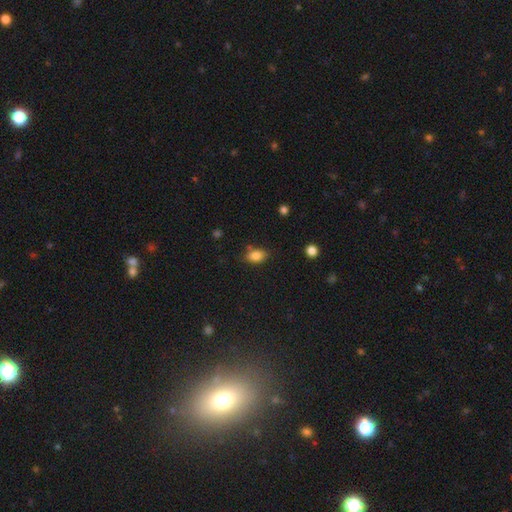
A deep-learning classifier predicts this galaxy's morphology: Smooth or featured? Predicted: smooth (p=0.85). How rounded? Predicted: in between (p=0.80). Merging? Predicted: none (p=0.75).